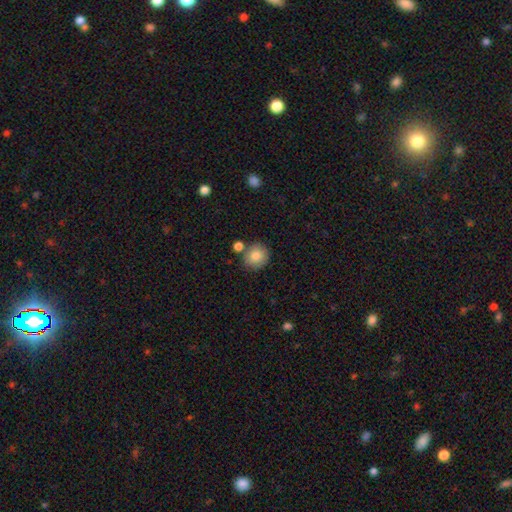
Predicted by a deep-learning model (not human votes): This is clearly a smooth galaxy (82%). How rounded: clearly round (85%). Merging: likely none (75%).